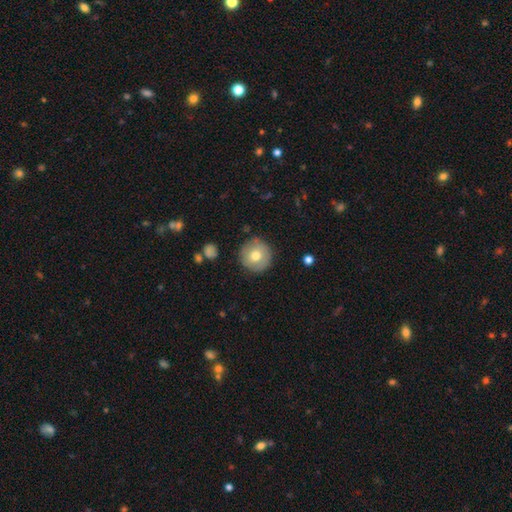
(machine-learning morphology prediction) Smooth or featured? smooth (70%)
How rounded? round (96%)
Merging? none (86%)